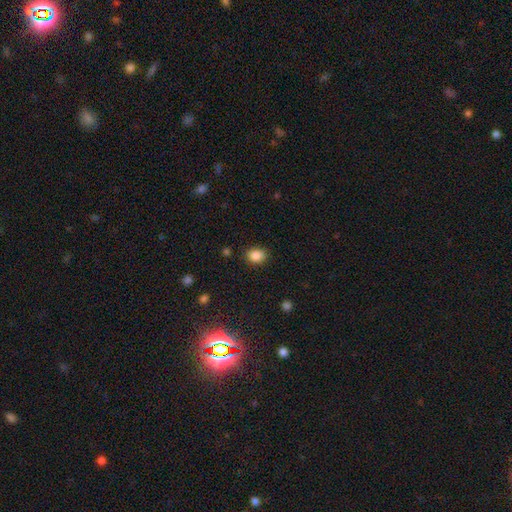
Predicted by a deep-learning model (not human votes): This is clearly a smooth galaxy (85%). How rounded: possibly in between (51%). Merging: clearly none (83%).